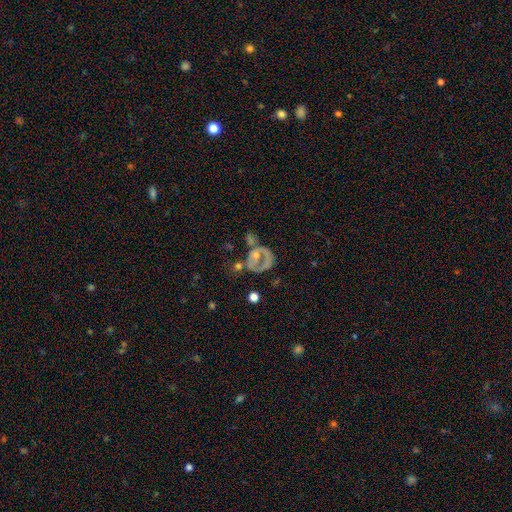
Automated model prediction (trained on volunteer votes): Smooth or featured? featured or disk (57%)
Edge-on disk? no (96%)
Bar? no (80%)
Spiral arms? no (68%)
Bulge size? moderate (41%)
Merging? none (36%)